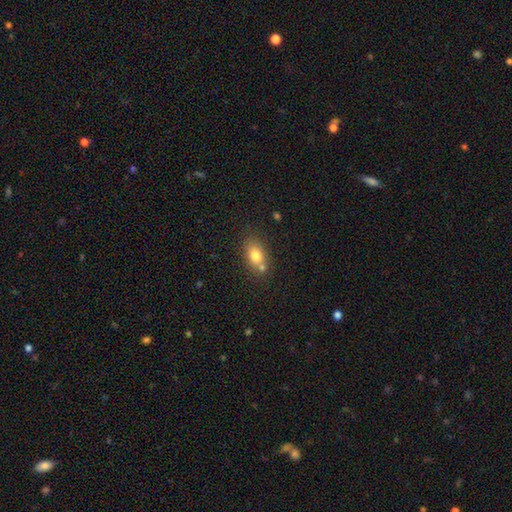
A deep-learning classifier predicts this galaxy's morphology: Smooth or featured? Predicted: smooth (p=0.77). How rounded? Predicted: in between (p=0.75). Merging? Predicted: none (p=0.56).